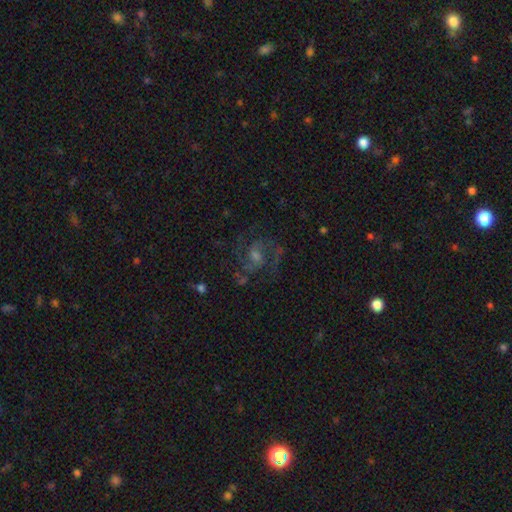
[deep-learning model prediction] Smooth or featured?
  - featured or disk: 77% *
  - star or artifact: 13%
  - smooth: 10%
Edge-on disk?
  - no: 98% *
  - yes: 2%
Bar?
  - weak: 49% *
  - no: 40%
  - strong: 11%
Spiral arms?
  - yes: 94% *
  - no: 6%
Spiral winding?
  - medium: 59% *
  - tight: 21%
  - loose: 20%
Spiral arm count?
  - 2: 70% *
  - can't tell: 11%
  - 3: 10%
  - 1: 3%
  - 4: 3%
  - more than 4: 3%
Bulge size?
  - moderate: 46% *
  - small: 35%
  - none: 9%
  - large: 8%
  - dominant: 2%
Merging?
  - none: 69% *
  - minor disturbance: 15%
  - major disturbance: 13%
  - merger: 2%